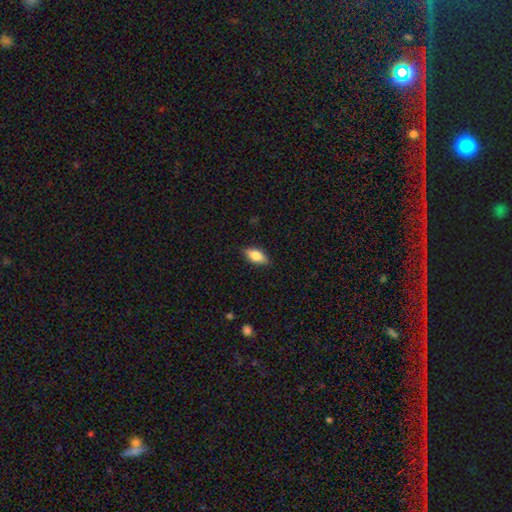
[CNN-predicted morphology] type=smooth (76%); roundness=in between (85%); merging=none (86%).